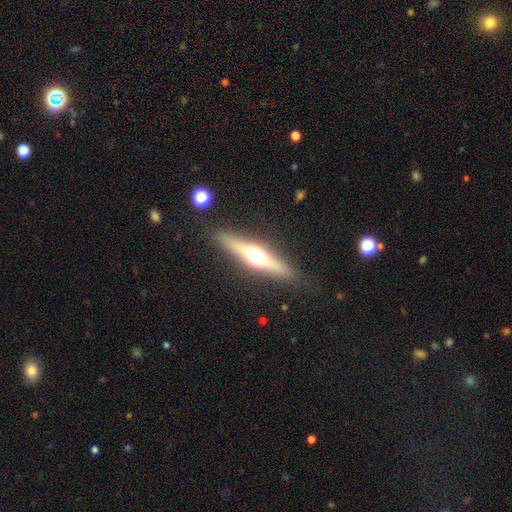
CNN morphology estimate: This appears to be a featured or disk galaxy (62%) viewed edge-on (94%) with a rounded central bulge (94%). Merging: none (88%).